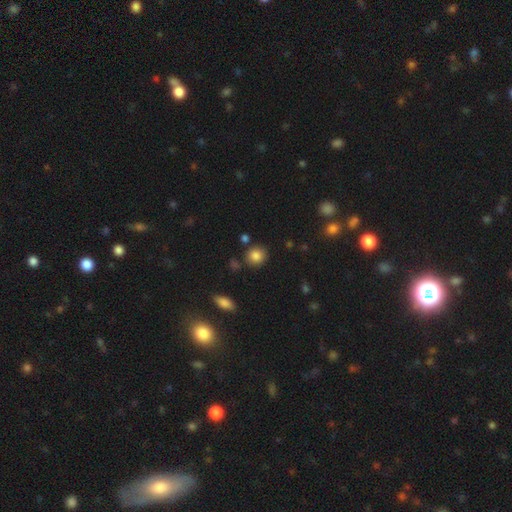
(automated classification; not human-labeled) smooth 85%, star or artifact 10%, featured or disk 6%. Down the decision tree: how rounded — round (81%); merging — none (82%).